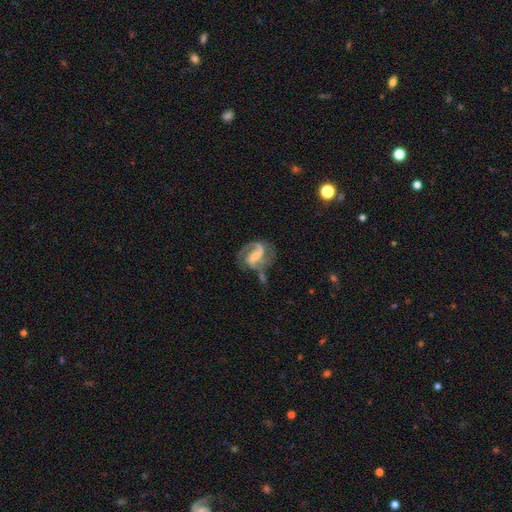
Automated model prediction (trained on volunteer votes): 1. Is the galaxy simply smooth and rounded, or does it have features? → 86% featured or disk, 8% smooth, 5% star or artifact.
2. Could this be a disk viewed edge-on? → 98% no, 2% yes.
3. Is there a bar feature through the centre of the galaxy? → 47% weak, 30% strong, 23% no.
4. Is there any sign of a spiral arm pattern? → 95% yes, 5% no.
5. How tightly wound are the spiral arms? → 53% medium, 27% loose, 20% tight.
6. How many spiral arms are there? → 80% 2, 6% 1, 6% 3, 5% can't tell, 1% 4, 1% more than 4.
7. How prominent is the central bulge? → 53% small, 30% moderate, 13% none, 4% large, 1% dominant.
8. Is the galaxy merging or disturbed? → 48% none, 21% minor disturbance, 20% major disturbance, 11% merger.